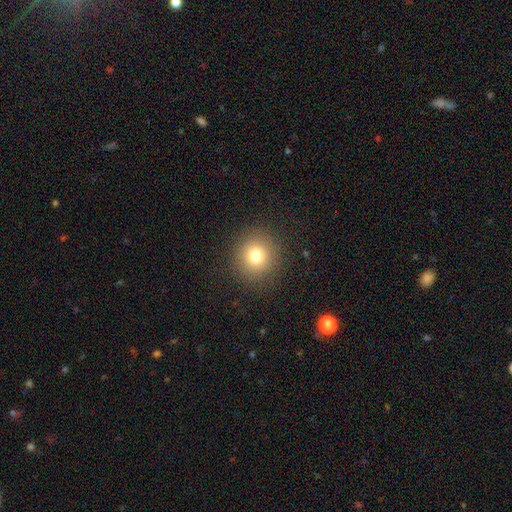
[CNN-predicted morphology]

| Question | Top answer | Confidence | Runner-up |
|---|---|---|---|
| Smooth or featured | smooth | 77% | star or artifact (14%) |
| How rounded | round | 92% | in between (7%) |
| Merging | none | 90% | minor disturbance (6%) |